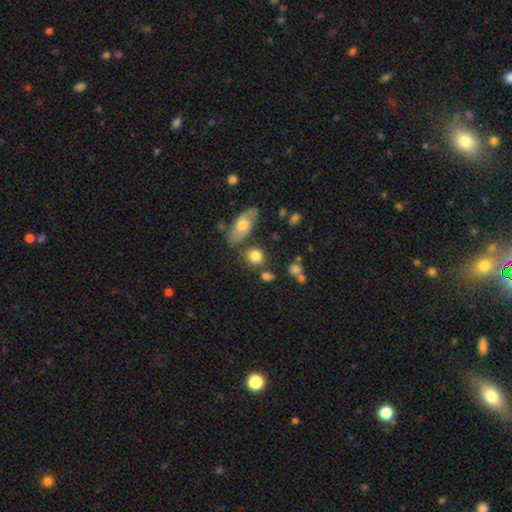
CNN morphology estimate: smooth_or_featured: smooth (p=0.81) [alt: star or artifact p=0.10]
how_rounded: round (p=0.68) [alt: in between p=0.29]
merging: none (p=0.69) [alt: merger p=0.14]